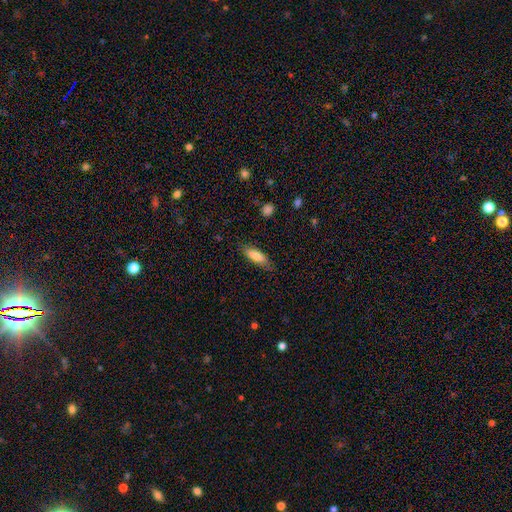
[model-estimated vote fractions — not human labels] Smooth or featured: smooth — 81% (featured or disk — 13%)
How rounded: in between — 56% (cigar-shaped — 42%)
Merging: none — 79% (minor disturbance — 17%)